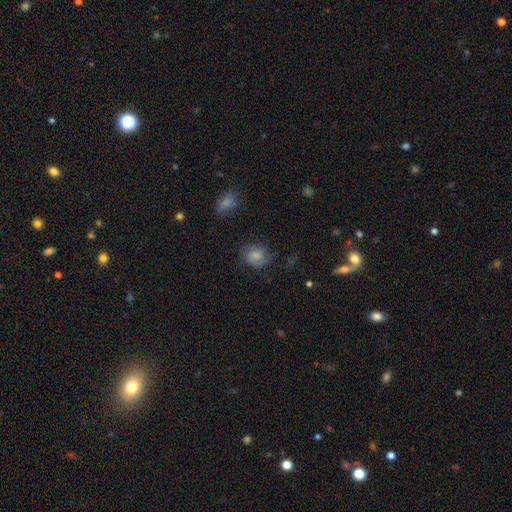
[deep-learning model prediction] Smooth or featured? smooth (64%)
How rounded? round (58%)
Merging? none (67%)